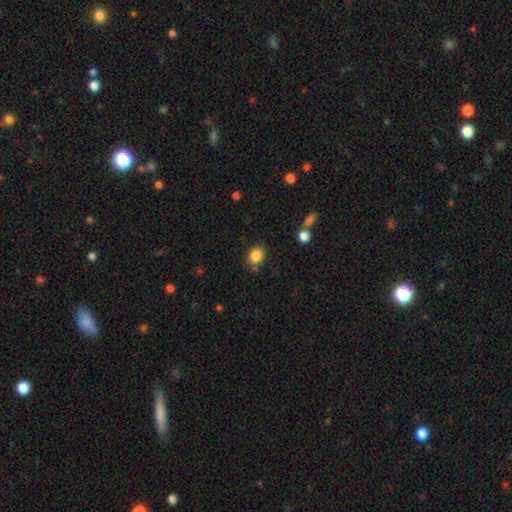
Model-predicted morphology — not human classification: Q: Smooth or featured?
A: smooth (85%); runner-up: star or artifact (10%)
Q: How rounded?
A: round (54%); runner-up: in between (45%)
Q: Merging?
A: none (72%); runner-up: minor disturbance (17%)